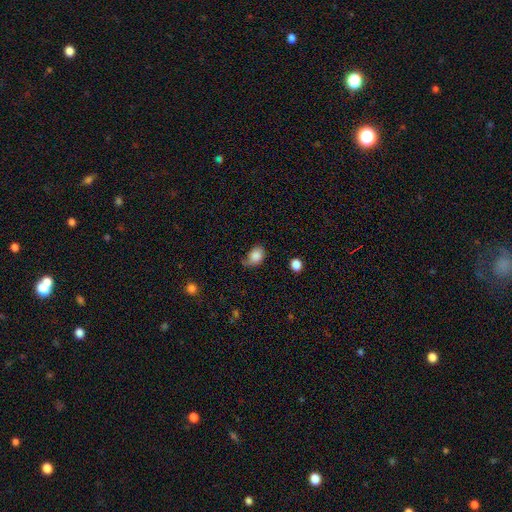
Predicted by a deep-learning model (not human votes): Smooth or featured? Predicted: smooth (p=0.85). How rounded? Predicted: in between (p=0.72). Merging? Predicted: none (p=0.52).